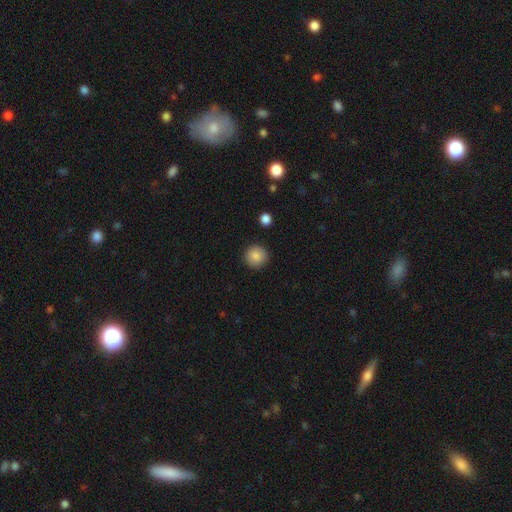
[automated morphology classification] A smooth galaxy with no disk features (87%) that is round (94%). Merging: none (91%).